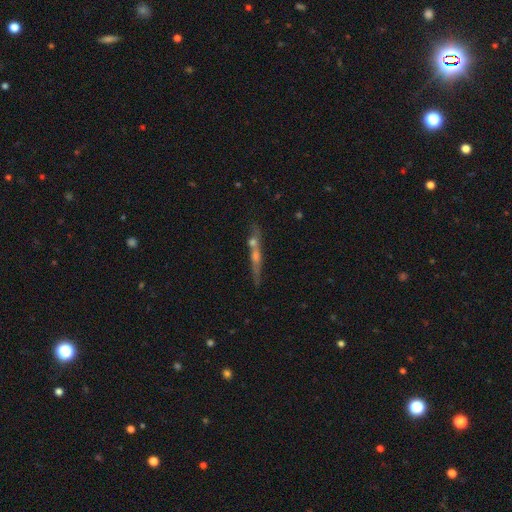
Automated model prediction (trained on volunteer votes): smooth-or-featured: featured or disk: 60% | smooth: 28% | star or artifact: 12%
  disk-edge-on: yes: 85% | no: 15%
    edge-on-bulge: rounded: 64% | none: 27% | boxy: 9%
  merging: none: 60% | merger: 23% | minor disturbance: 12% | major disturbance: 5%